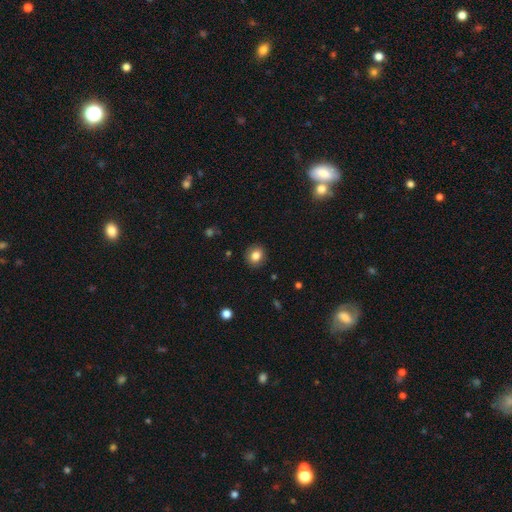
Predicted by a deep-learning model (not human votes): Smooth or featured?
  - smooth: 83% *
  - star or artifact: 10%
  - featured or disk: 7%
How rounded?
  - round: 72% *
  - in between: 27%
  - cigar-shaped: 1%
Merging?
  - none: 88% *
  - minor disturbance: 8%
  - major disturbance: 2%
  - merger: 1%